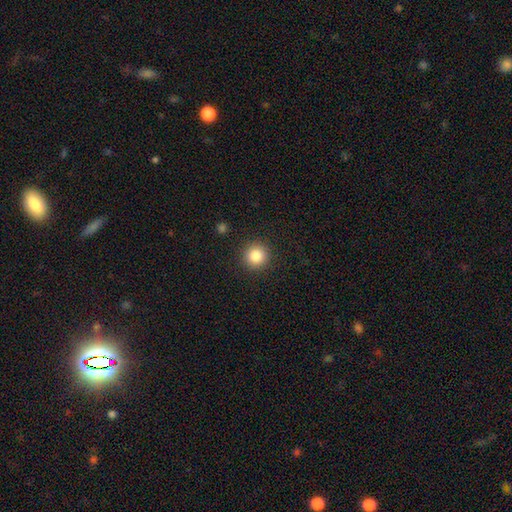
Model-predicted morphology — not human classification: Smooth or featured: smooth — 84% (star or artifact — 10%)
How rounded: round — 94% (in between — 5%)
Merging: none — 91% (minor disturbance — 6%)